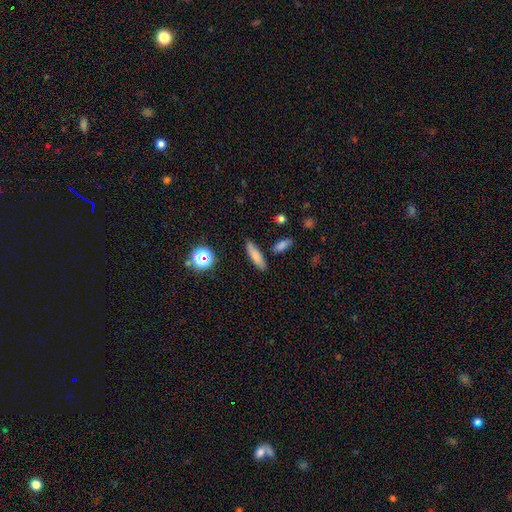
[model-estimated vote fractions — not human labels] The model was most divided on "how rounded": cigar-shaped: 59%, in between: 37%, round: 4%. More confident: merging — none (80%); smooth or featured — smooth (79%).